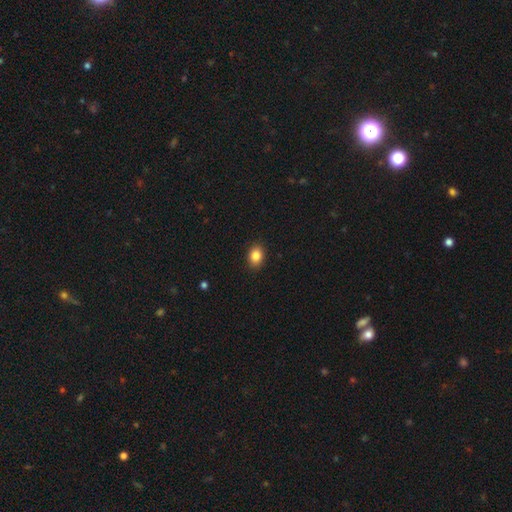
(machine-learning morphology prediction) Overall: smooth (85%). How rounded: in between (66%; round 32%). Merging: none (89%).